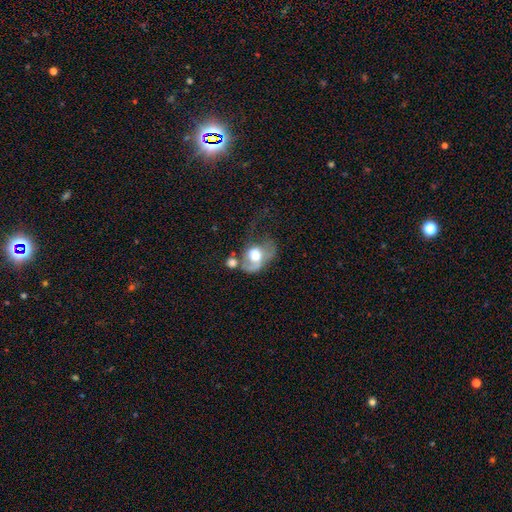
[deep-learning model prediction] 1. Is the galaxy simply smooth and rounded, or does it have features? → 52% smooth, 41% featured or disk, 8% star or artifact.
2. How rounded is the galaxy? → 64% in between, 34% round, 1% cigar-shaped.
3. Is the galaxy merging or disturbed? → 41% major disturbance, 26% merger, 16% none, 16% minor disturbance.